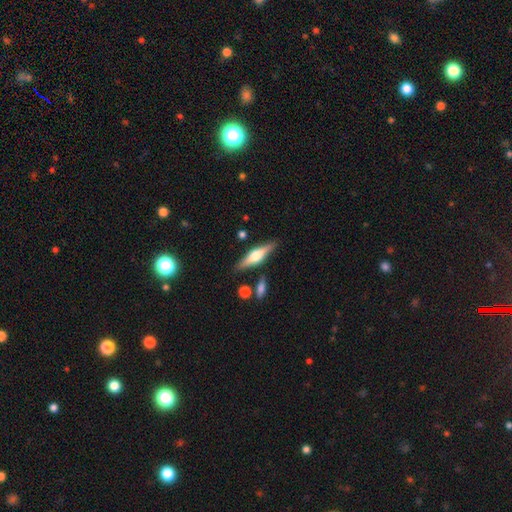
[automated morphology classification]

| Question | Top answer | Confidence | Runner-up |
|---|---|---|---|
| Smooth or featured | featured or disk | 67% | smooth (27%) |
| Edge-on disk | yes | 96% | no (4%) |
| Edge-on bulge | rounded | 91% | boxy (7%) |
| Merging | none | 85% | minor disturbance (9%) |